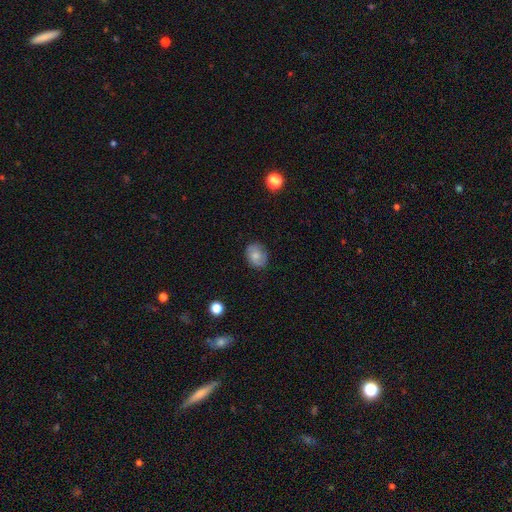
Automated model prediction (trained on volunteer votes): This is likely a smooth galaxy (72%). How rounded: possibly in between (51%). Merging: clearly none (83%).